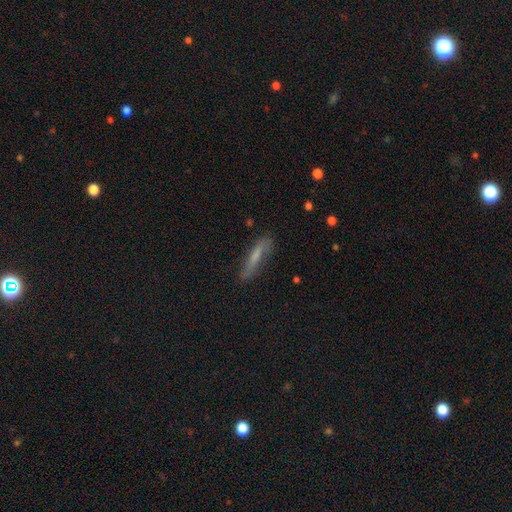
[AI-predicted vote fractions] Overall: smooth (60%; featured or disk 32%). How rounded: cigar-shaped (85%). Merging: none (69%).